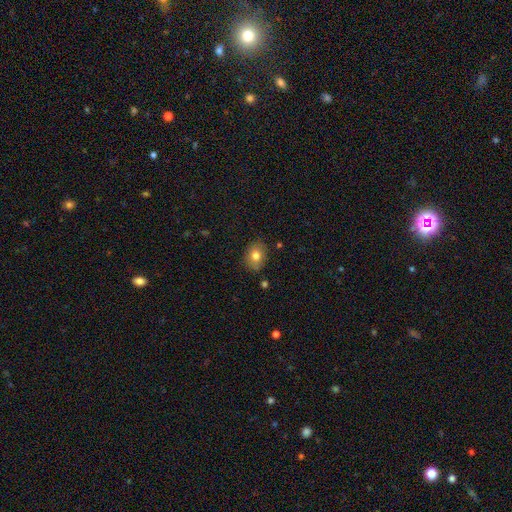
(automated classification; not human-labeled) A smooth galaxy with no disk features (78%) that is in between round and cigar-shaped (62%). Merging: none (83%).